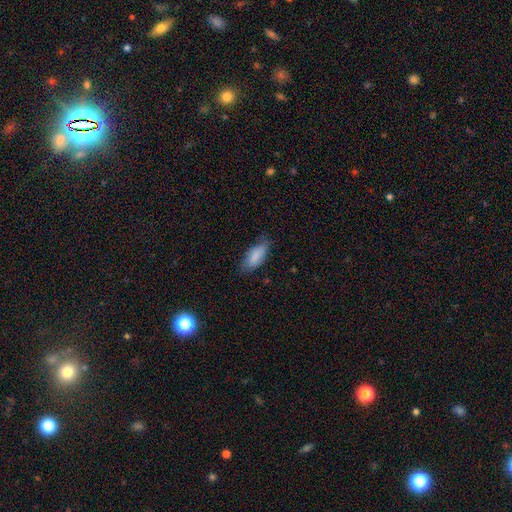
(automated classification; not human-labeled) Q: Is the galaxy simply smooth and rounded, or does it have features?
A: smooth — 83%.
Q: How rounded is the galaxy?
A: in between — 81%.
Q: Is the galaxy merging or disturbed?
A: none — 69%.